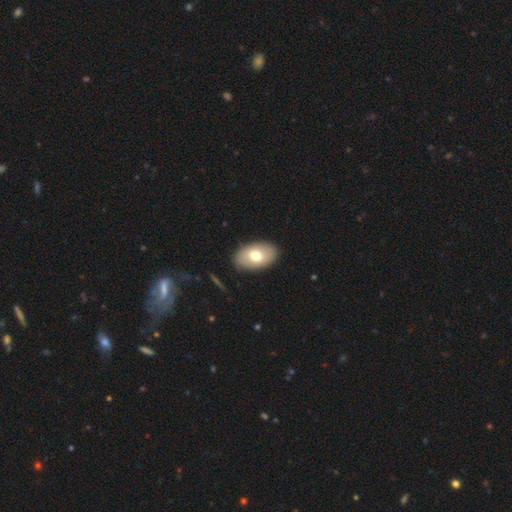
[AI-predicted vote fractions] The model was most divided on "smooth or featured": smooth: 71%, featured or disk: 23%, star or artifact: 6%. More confident: how rounded — in between (91%); merging — none (87%).